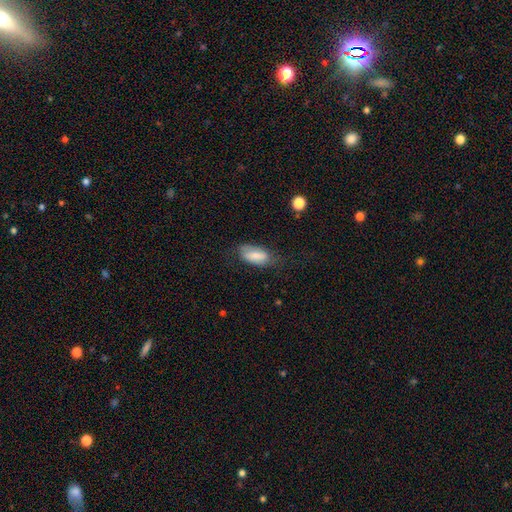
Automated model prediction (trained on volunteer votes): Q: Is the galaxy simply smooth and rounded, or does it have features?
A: smooth — 76%.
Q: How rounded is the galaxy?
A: in between — 89%.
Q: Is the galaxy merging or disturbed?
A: none — 59%.